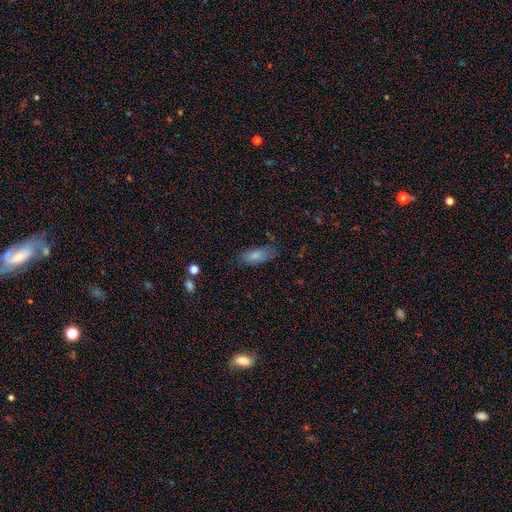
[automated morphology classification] Smooth or featured? Predicted: smooth (p=0.82). How rounded? Predicted: in between (p=0.80). Merging? Predicted: none (p=0.74).